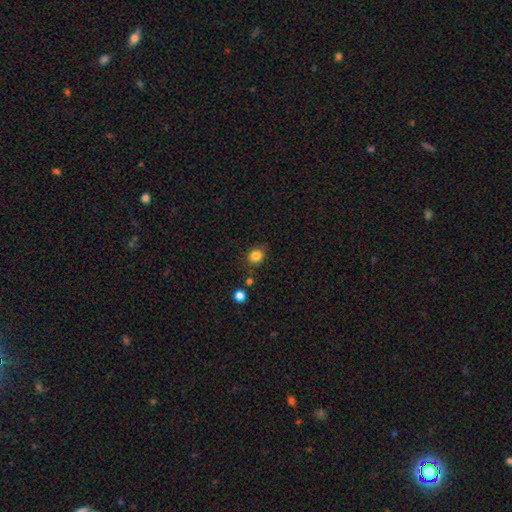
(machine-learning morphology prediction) Smooth or featured? smooth (83%)
How rounded? round (64%)
Merging? none (77%)